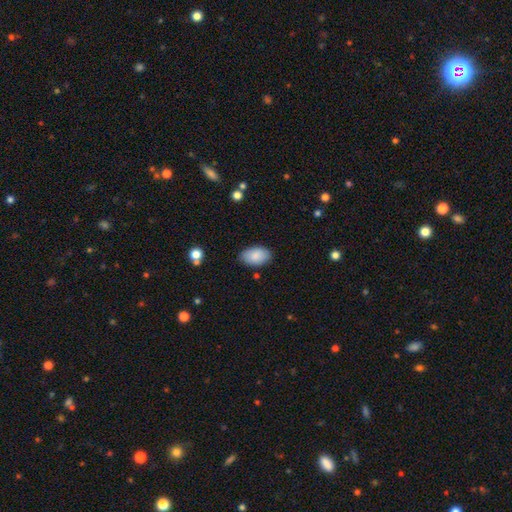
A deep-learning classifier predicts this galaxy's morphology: smooth-or-featured: smooth: 87% | featured or disk: 6% | star or artifact: 6%
  how-rounded: in between: 94% | round: 5% | cigar-shaped: 1%
  merging: none: 84% | minor disturbance: 12% | major disturbance: 2% | merger: 1%